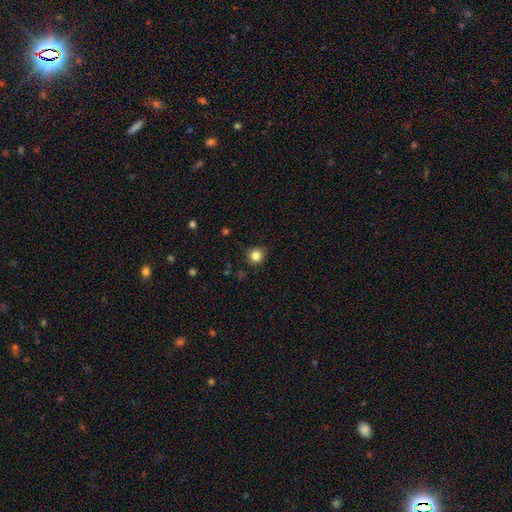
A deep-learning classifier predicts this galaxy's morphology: Overall: smooth (84%). How rounded: round (92%). Merging: none (87%).